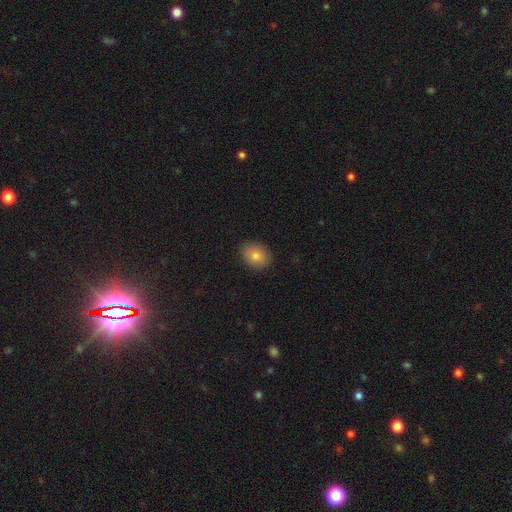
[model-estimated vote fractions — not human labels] Overall: smooth (80%). How rounded: in between (65%; round 34%). Merging: none (88%).